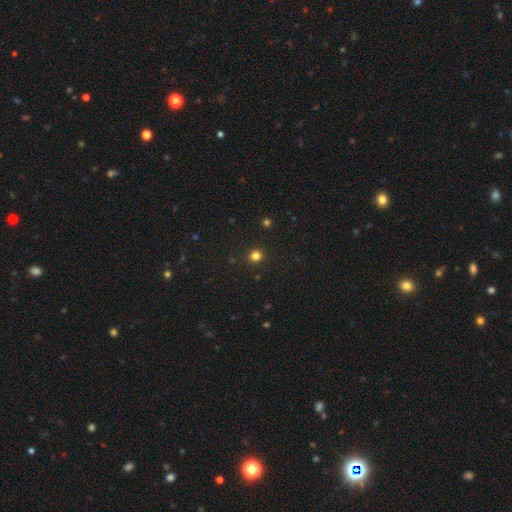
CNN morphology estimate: A smooth galaxy with no disk features (80%) that is round (91%). Merging: none (91%).